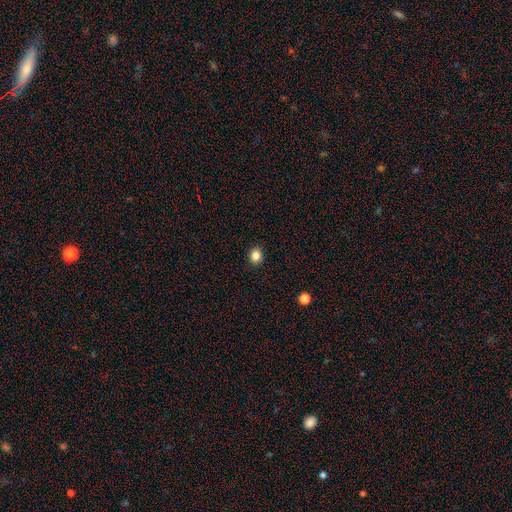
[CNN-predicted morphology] Overall: smooth (83%). How rounded: round (75%). Merging: none (92%).